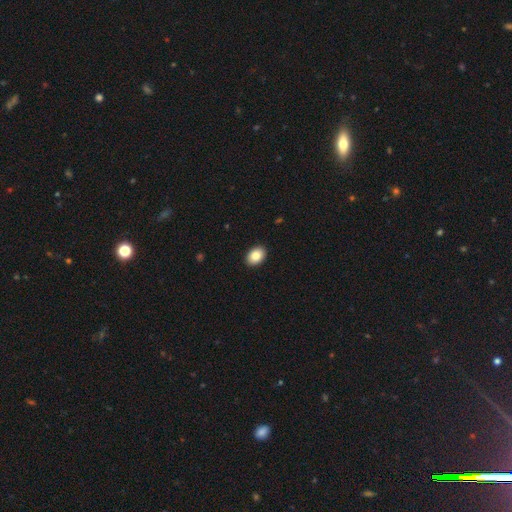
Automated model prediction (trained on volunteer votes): Smooth or featured?
  - smooth: 85% *
  - star or artifact: 8%
  - featured or disk: 7%
How rounded?
  - in between: 80% *
  - round: 19%
  - cigar-shaped: 1%
Merging?
  - none: 91% *
  - minor disturbance: 6%
  - major disturbance: 2%
  - merger: 1%